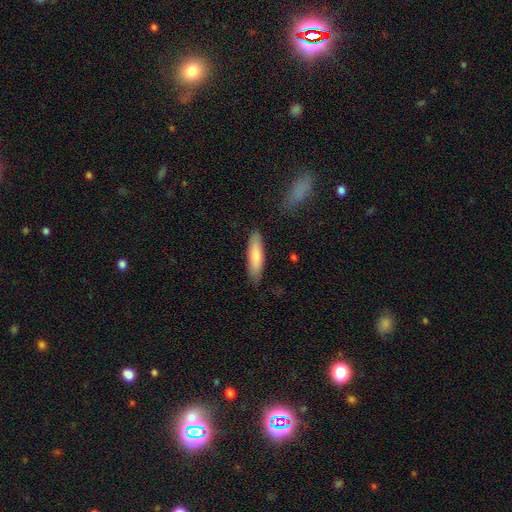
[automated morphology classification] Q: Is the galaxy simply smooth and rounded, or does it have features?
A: smooth — 83%.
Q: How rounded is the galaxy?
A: cigar-shaped — 66%.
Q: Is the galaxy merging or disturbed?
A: none — 85%.